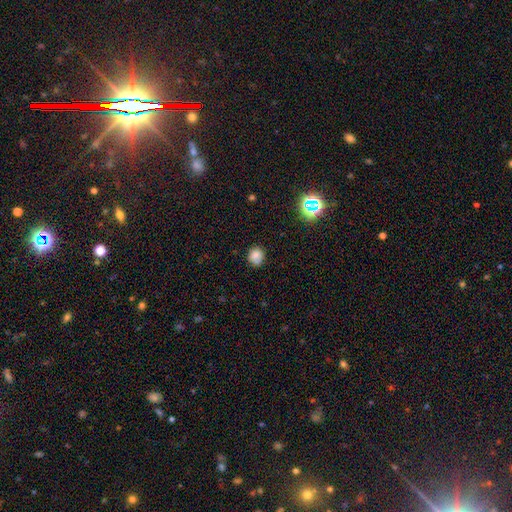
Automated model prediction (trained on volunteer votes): This is likely a smooth galaxy (78%). How rounded: likely round (74%). Merging: likely none (72%).